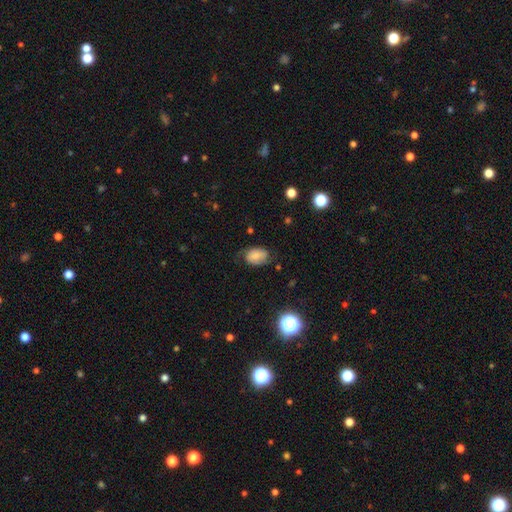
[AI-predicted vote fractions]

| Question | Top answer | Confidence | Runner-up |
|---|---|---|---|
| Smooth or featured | smooth | 67% | featured or disk (23%) |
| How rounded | in between | 81% | round (18%) |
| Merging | none | 56% | minor disturbance (30%) |